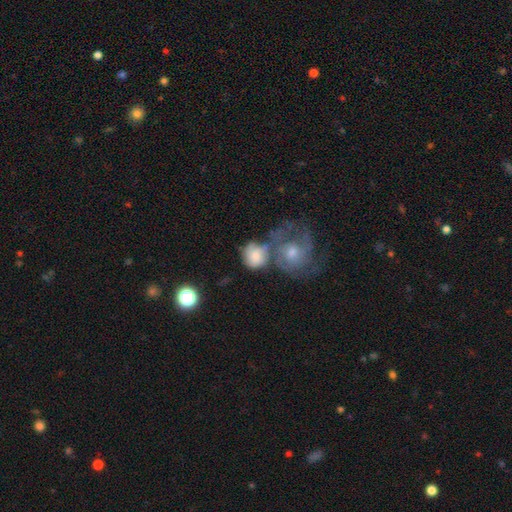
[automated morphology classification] A smooth galaxy with no disk features (61%) that is round (72%). Merging: merger (47%).